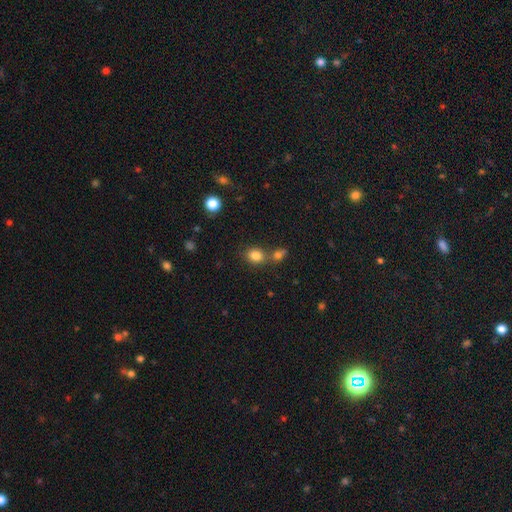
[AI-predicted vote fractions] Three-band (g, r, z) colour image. It shows a smooth galaxy with no disk features (82%) that is round (56%). Merging: none (58%).